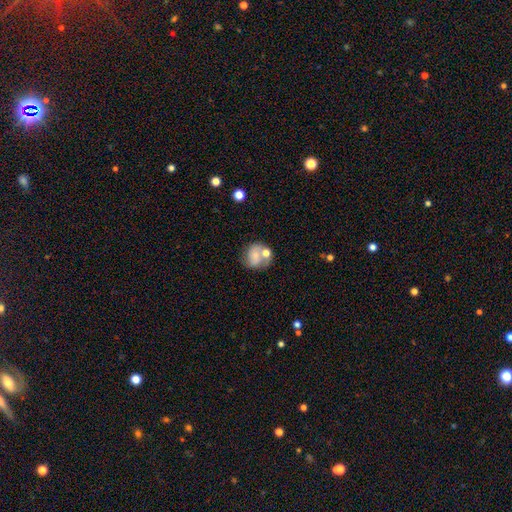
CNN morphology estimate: A smooth galaxy with no disk features (52%) that is round (69%). Merging: none (43%).